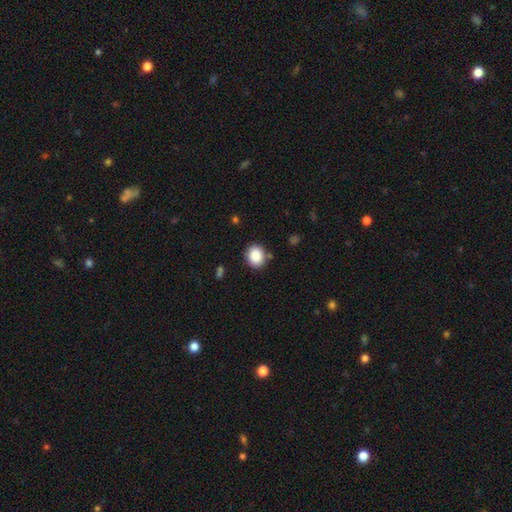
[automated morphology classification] smooth_or_featured: smooth (p=0.87) [alt: star or artifact p=0.08]
how_rounded: round (p=0.67) [alt: in between p=0.32]
merging: none (p=0.84) [alt: minor disturbance p=0.10]